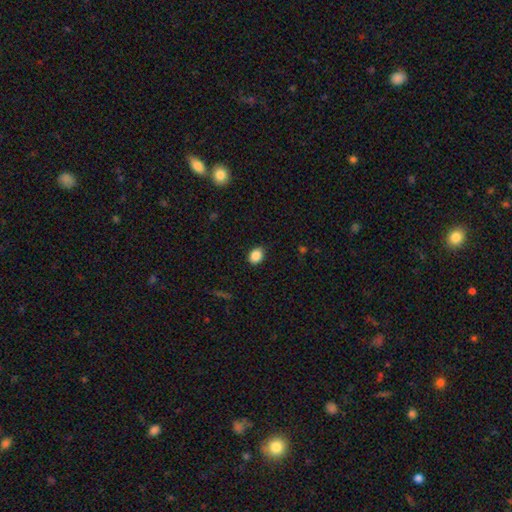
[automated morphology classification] Smooth or featured? Predicted: smooth (p=0.87). How rounded? Predicted: in between (p=0.57). Merging? Predicted: none (p=0.86).